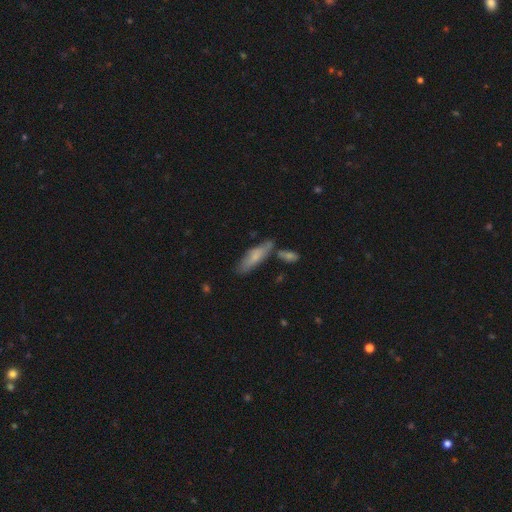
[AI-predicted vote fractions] smooth-or-featured: smooth: 70% | featured or disk: 24% | star or artifact: 6%
  how-rounded: cigar-shaped: 56% | in between: 42% | round: 2%
  merging: none: 63% | minor disturbance: 19% | merger: 13% | major disturbance: 5%